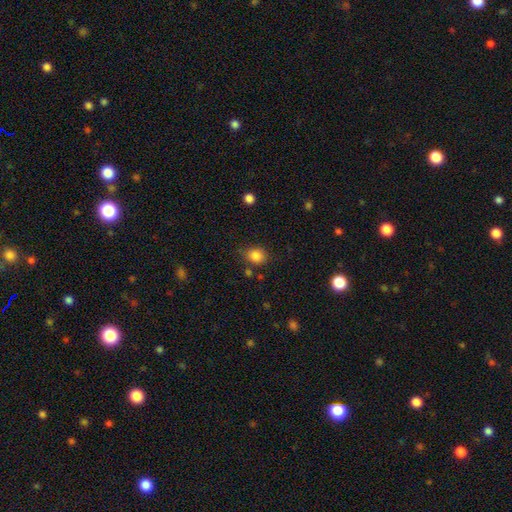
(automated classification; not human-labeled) smooth-or-featured: smooth: 85% | star or artifact: 10% | featured or disk: 5%
  how-rounded: round: 64% | in between: 35% | cigar-shaped: 1%
  merging: none: 75% | minor disturbance: 16% | merger: 4% | major disturbance: 4%